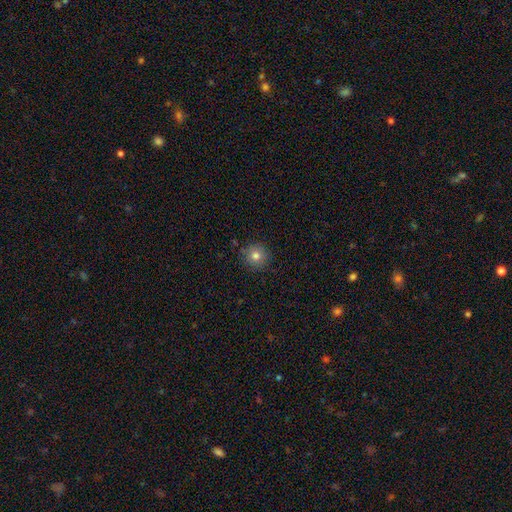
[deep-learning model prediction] A smooth galaxy with no disk features (80%) that is round (94%).

Vote fractions:
- Smooth or featured? smooth: 80% / star or artifact: 12% / featured or disk: 9%
- How rounded? round: 94% / in between: 5% / cigar-shaped: 1%
- Merging? none: 87% / minor disturbance: 9% / major disturbance: 2% / merger: 2%